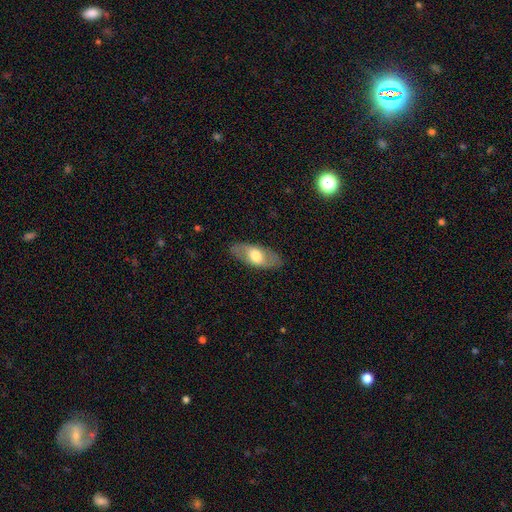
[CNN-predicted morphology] Smooth or featured? smooth (51%)
How rounded? in between (85%)
Merging? none (85%)